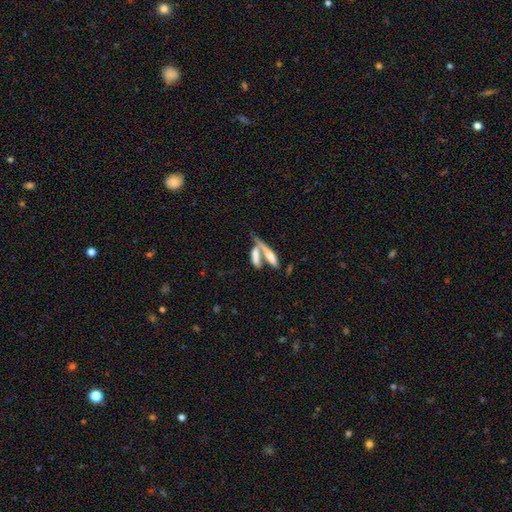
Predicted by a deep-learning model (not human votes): smooth_or_featured: smooth (p=0.60) [alt: featured or disk p=0.31]
how_rounded: cigar-shaped (p=0.57) [alt: in between p=0.39]
merging: merger (p=0.58) [alt: none p=0.29]